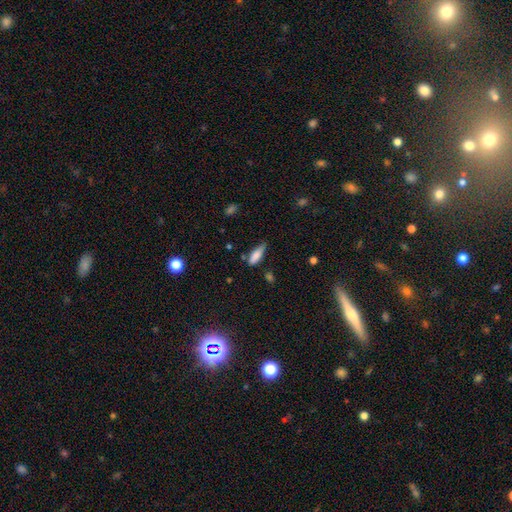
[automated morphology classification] smooth_or_featured: smooth (p=0.80) [alt: featured or disk p=0.12]
how_rounded: in between (p=0.55) [alt: cigar-shaped p=0.43]
merging: none (p=0.58) [alt: minor disturbance p=0.31]